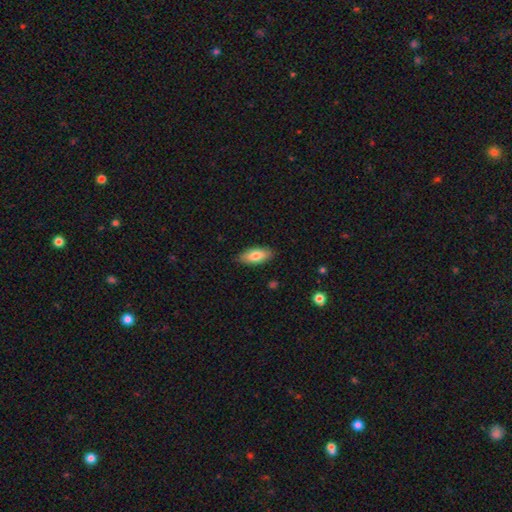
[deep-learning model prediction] Morphology: type=smooth (79%); roundness=in between (85%); merging=none (86%).